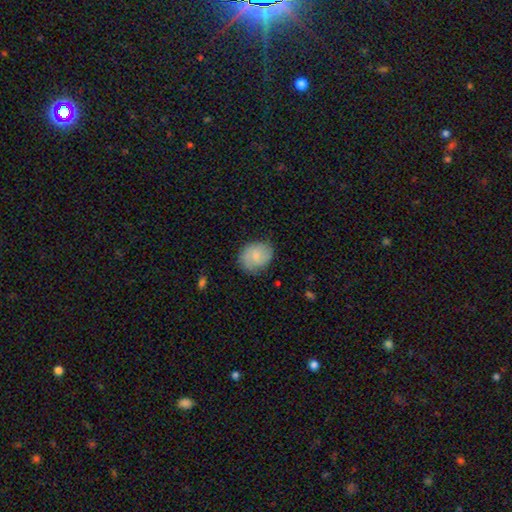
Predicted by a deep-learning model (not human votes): This appears to be a smooth galaxy with no disk features (73%) that is round (55%). Merging: none (74%).